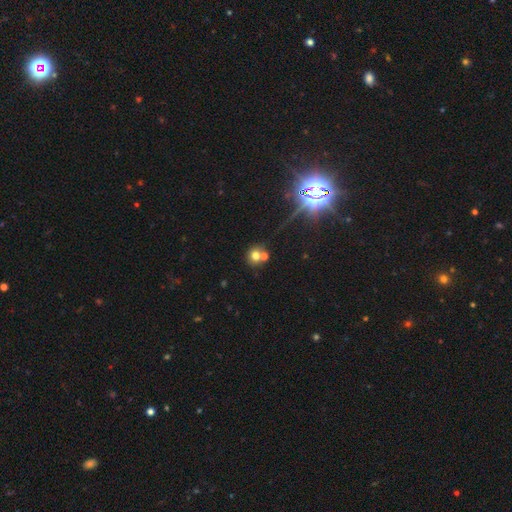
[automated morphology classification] Smooth or featured?
  - smooth: 68% *
  - star or artifact: 18%
  - featured or disk: 14%
How rounded?
  - round: 85% *
  - in between: 14%
  - cigar-shaped: 1%
Merging?
  - none: 54% *
  - merger: 35%
  - minor disturbance: 8%
  - major disturbance: 4%